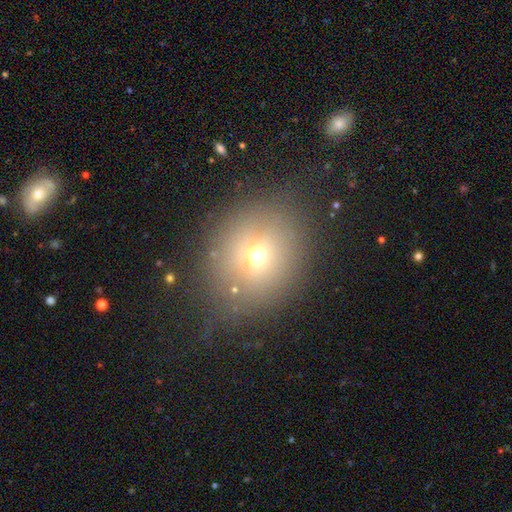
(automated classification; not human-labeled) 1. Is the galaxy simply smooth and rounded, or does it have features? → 64% smooth, 20% star or artifact, 16% featured or disk.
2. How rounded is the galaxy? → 79% round, 20% in between, 1% cigar-shaped.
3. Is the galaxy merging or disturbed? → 79% none, 12% minor disturbance, 7% major disturbance, 3% merger.